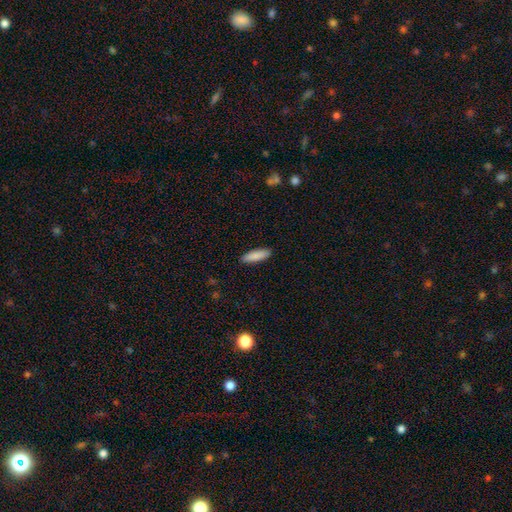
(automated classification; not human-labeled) A smooth galaxy with no disk features (88%) that is cigar-shaped (51%).

Vote fractions:
- Smooth or featured? smooth: 88% / star or artifact: 6% / featured or disk: 6%
- How rounded? cigar-shaped: 51% / in between: 47% / round: 2%
- Merging? none: 90% / minor disturbance: 8% / major disturbance: 2% / merger: 1%